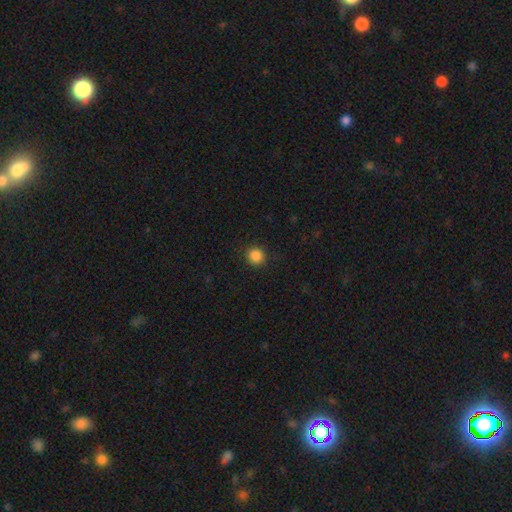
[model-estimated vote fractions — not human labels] Morphology: type=smooth (87%); roundness=round (90%); merging=none (91%).